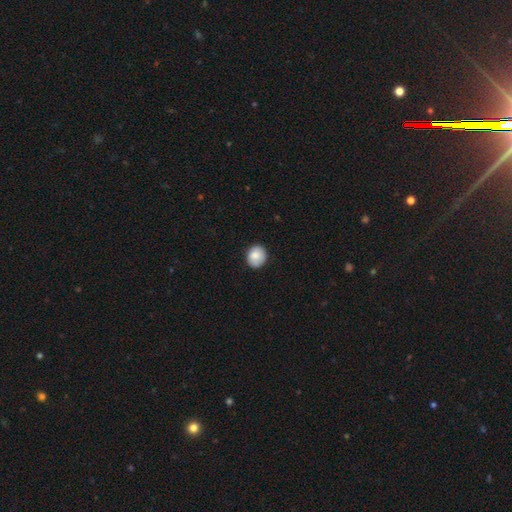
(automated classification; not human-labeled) Smooth or featured: smooth — 86% (star or artifact — 8%)
How rounded: round — 73% (in between — 26%)
Merging: none — 86% (minor disturbance — 11%)